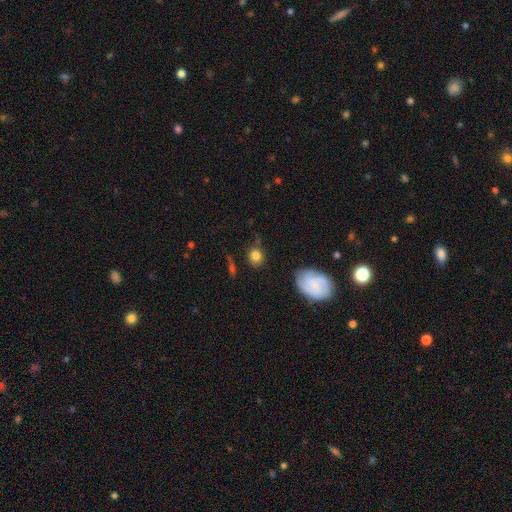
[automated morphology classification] smooth 80%, star or artifact 10%, featured or disk 10%. Down the decision tree: how rounded — round (73%); merging — none (70%).